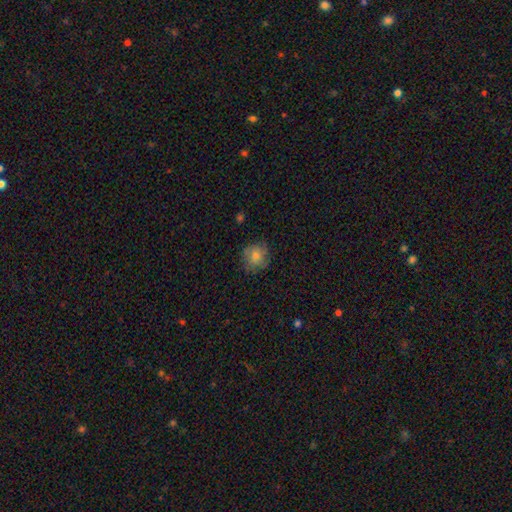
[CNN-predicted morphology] Smooth or featured: smooth — 72% (featured or disk — 19%)
How rounded: round — 84% (in between — 15%)
Merging: none — 73% (minor disturbance — 19%)